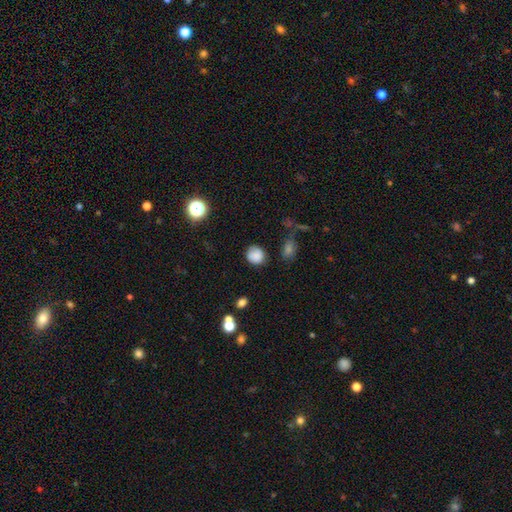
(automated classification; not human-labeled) Smooth or featured: smooth — 83% (star or artifact — 11%)
How rounded: round — 81% (in between — 18%)
Merging: none — 74% (minor disturbance — 18%)